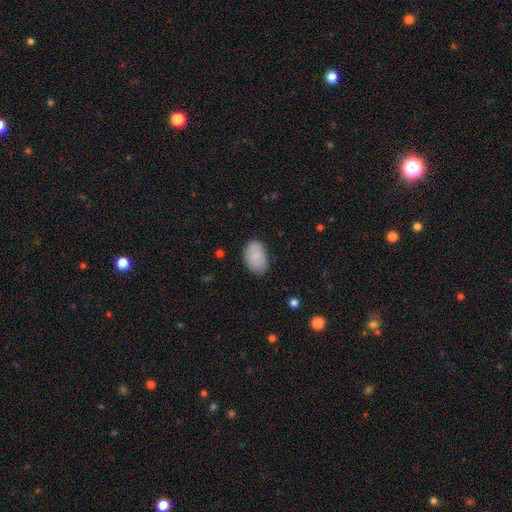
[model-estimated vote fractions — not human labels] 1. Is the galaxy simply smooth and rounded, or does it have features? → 81% smooth, 12% featured or disk, 7% star or artifact.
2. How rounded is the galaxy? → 91% in between, 8% round, 1% cigar-shaped.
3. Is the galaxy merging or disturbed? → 77% none, 18% minor disturbance, 4% major disturbance, 1% merger.